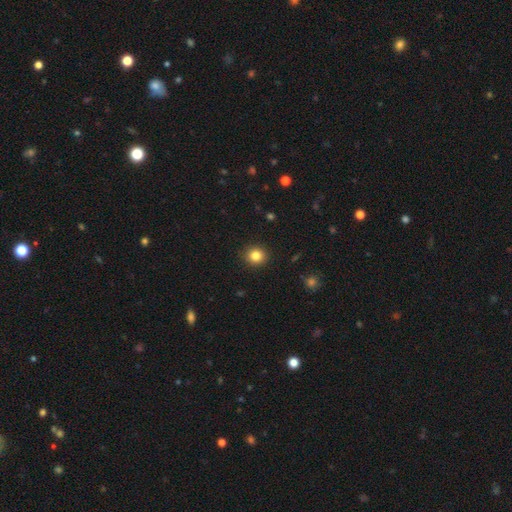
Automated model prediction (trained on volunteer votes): Smooth or featured? smooth (83%)
How rounded? round (86%)
Merging? none (92%)